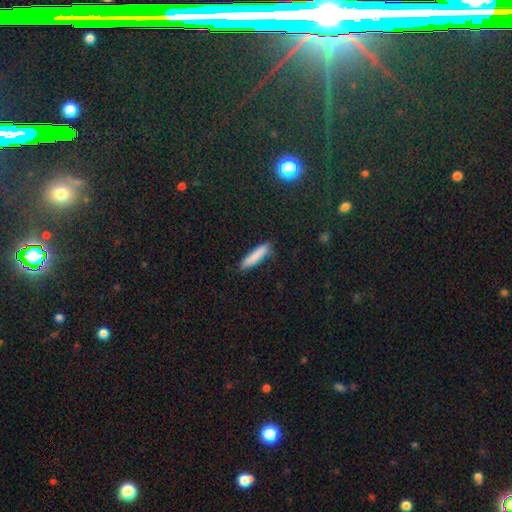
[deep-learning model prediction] Smooth or featured? Predicted: smooth (p=0.84). How rounded? Predicted: cigar-shaped (p=0.83). Merging? Predicted: none (p=0.85).